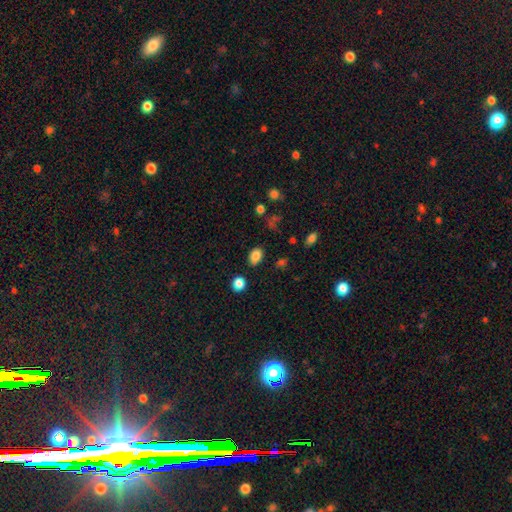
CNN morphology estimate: Overall: smooth (85%). How rounded: in between (79%). Merging: none (83%).